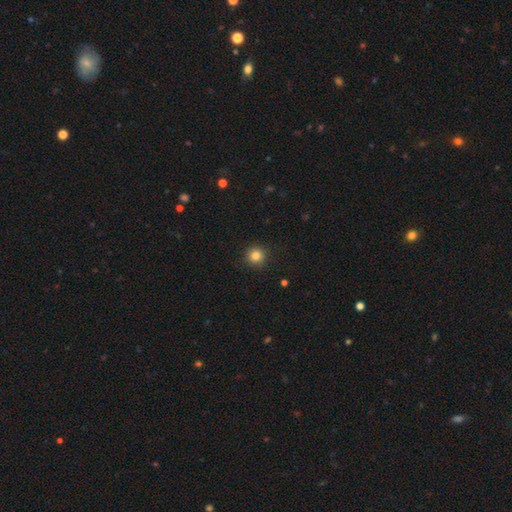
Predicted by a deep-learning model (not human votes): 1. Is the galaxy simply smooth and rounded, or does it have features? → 84% smooth, 11% star or artifact, 5% featured or disk.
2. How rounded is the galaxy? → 94% round, 5% in between, 1% cigar-shaped.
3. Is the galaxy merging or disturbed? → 92% none, 6% minor disturbance, 2% major disturbance, 1% merger.